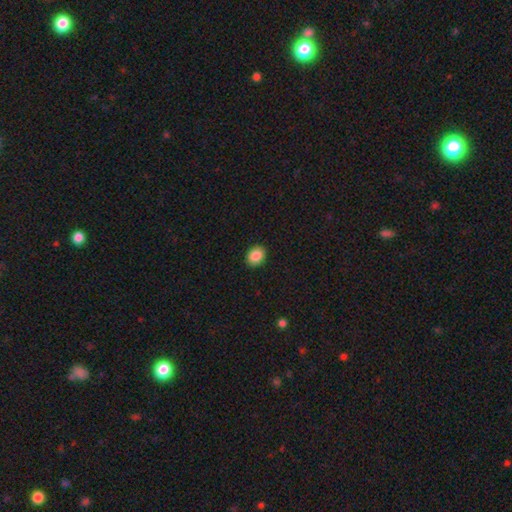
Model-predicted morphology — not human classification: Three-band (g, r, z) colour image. It shows a smooth galaxy with no disk features (88%) that is in between round and cigar-shaped (53%). Merging: none (90%).